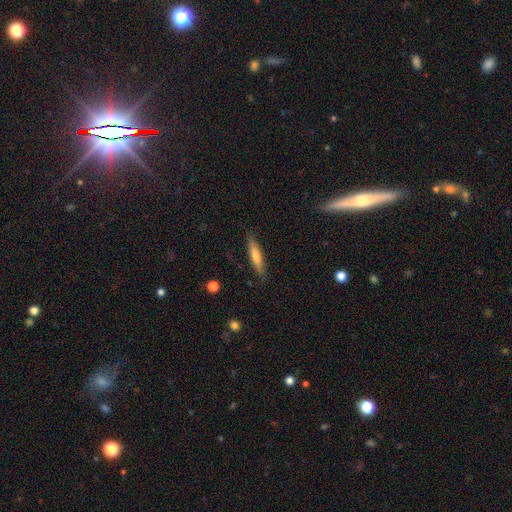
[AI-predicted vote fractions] Smooth or featured?
  - smooth: 55% *
  - featured or disk: 38%
  - star or artifact: 6%
How rounded?
  - cigar-shaped: 90% *
  - in between: 9%
  - round: 2%
Merging?
  - none: 88% *
  - minor disturbance: 9%
  - major disturbance: 2%
  - merger: 1%